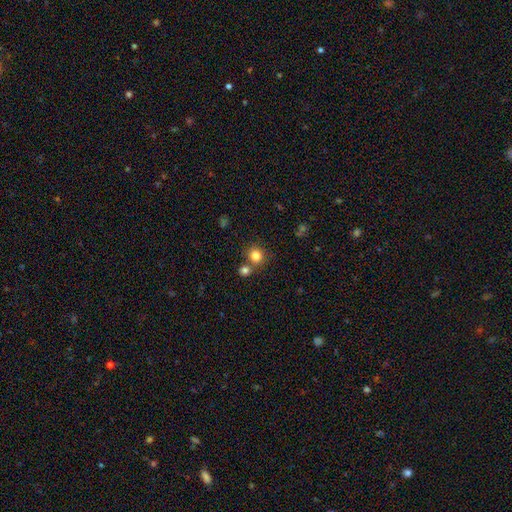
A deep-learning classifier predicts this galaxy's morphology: A smooth galaxy with no disk features (82%) that is round (86%). Merging: none (67%).